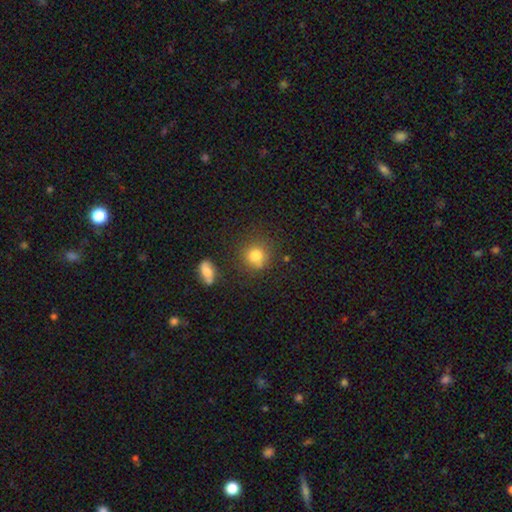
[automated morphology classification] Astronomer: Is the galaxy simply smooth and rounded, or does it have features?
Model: smooth — 81%.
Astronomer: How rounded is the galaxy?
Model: round — 88%.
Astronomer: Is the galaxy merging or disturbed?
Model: none — 76%.